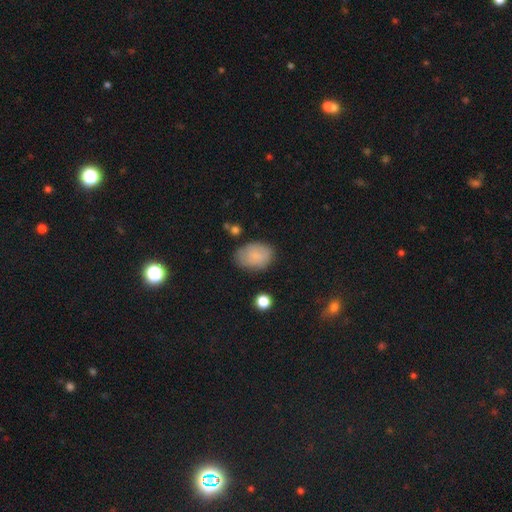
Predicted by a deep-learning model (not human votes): Q: Smooth or featured?
A: smooth (78%); runner-up: featured or disk (14%)
Q: How rounded?
A: in between (81%); runner-up: round (18%)
Q: Merging?
A: none (73%); runner-up: minor disturbance (19%)